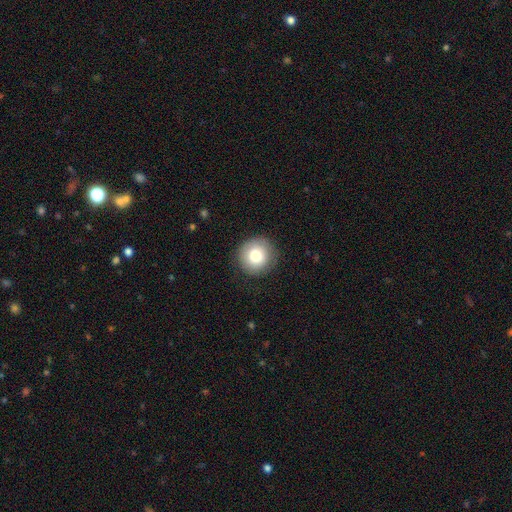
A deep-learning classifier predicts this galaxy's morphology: A smooth galaxy with no disk features (79%) that is round (94%).

Vote fractions:
- Smooth or featured? smooth: 79% / featured or disk: 12% / star or artifact: 9%
- How rounded? round: 94% / in between: 5% / cigar-shaped: 1%
- Merging? none: 87% / minor disturbance: 9% / major disturbance: 3% / merger: 1%